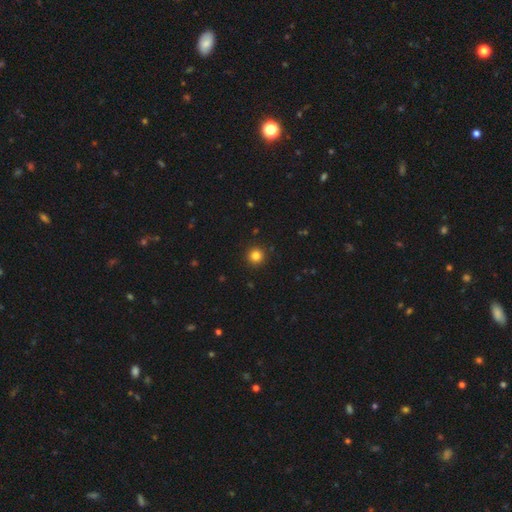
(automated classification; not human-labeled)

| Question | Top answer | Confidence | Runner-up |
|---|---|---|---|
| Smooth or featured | smooth | 83% | star or artifact (12%) |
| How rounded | round | 95% | in between (4%) |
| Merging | none | 93% | minor disturbance (4%) |